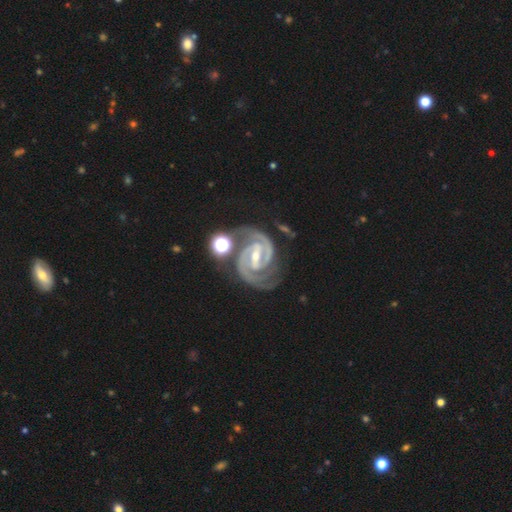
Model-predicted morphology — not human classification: This is clearly a featured or disk galaxy (93%). It is clearly not viewed edge-on (98%). Bar: possibly strong (60%). Spiral arm pattern: clearly yes (99%). Spiral arm count: clearly 2 (89%). Spiral winding: likely tight (62%). Central bulge: likely small (62%). Merging: likely none (71%).